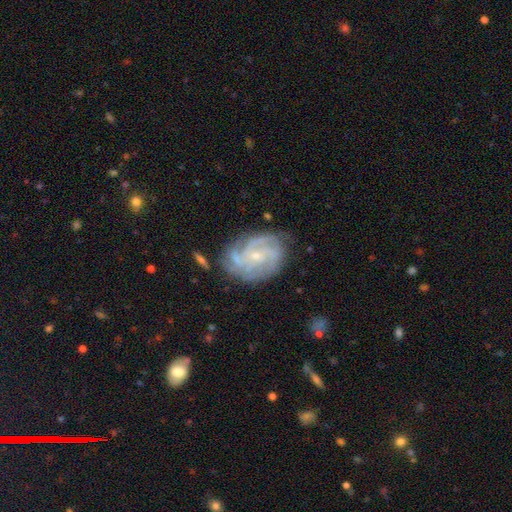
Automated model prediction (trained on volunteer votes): smooth_or_featured: featured or disk (p=0.86) [alt: smooth p=0.08]
disk_edge_on: no (p=0.97) [alt: yes p=0.03]
bar: no (p=0.63) [alt: weak p=0.31]
has_spiral_arms: yes (p=0.97) [alt: no p=0.03]
spiral_winding: tight (p=0.63) [alt: medium p=0.31]
spiral_arm_count: 4 (p=0.31) [alt: 3 p=0.25]
bulge_size: small (p=0.74) [alt: moderate p=0.22]
merging: none (p=0.73) [alt: minor disturbance p=0.19]